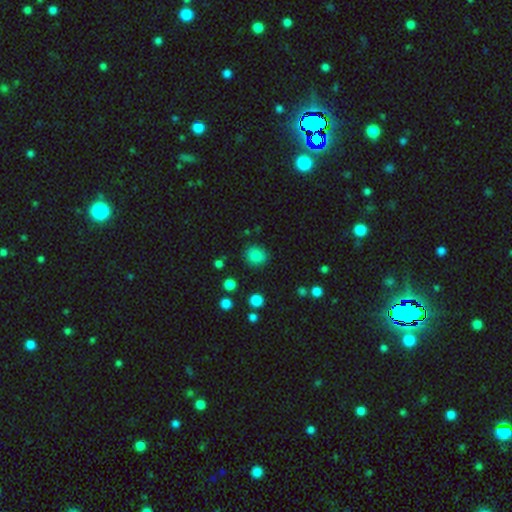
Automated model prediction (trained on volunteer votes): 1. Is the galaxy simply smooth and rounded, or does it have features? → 84% smooth, 12% star or artifact, 5% featured or disk.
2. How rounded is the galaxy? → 83% round, 16% in between, 1% cigar-shaped.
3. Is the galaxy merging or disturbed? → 86% none, 9% minor disturbance, 3% major disturbance, 2% merger.